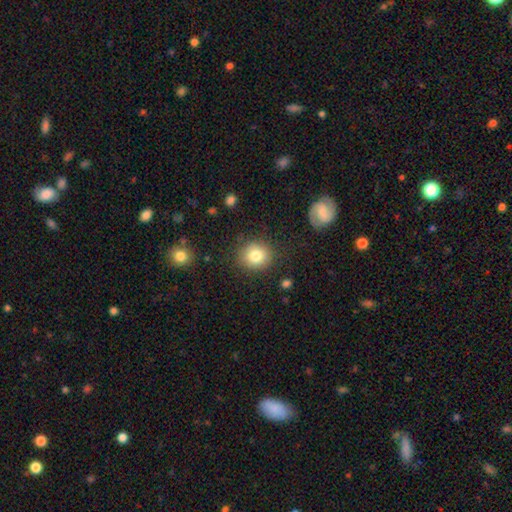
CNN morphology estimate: This is clearly a smooth galaxy (81%). How rounded: clearly round (81%). Merging: clearly none (86%).